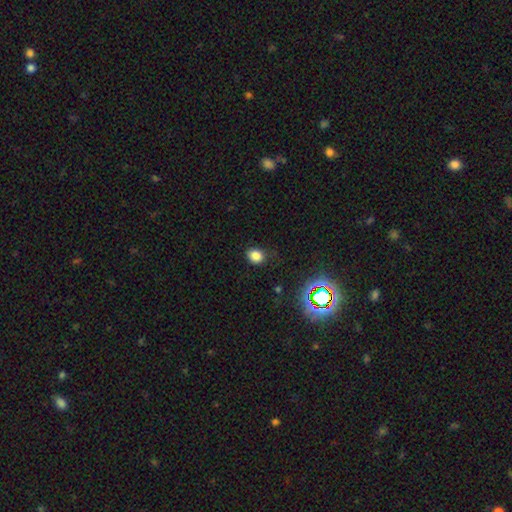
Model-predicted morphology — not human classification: smooth 80%, star or artifact 15%, featured or disk 5%. Down the decision tree: how rounded — round (61%); merging — none (78%).